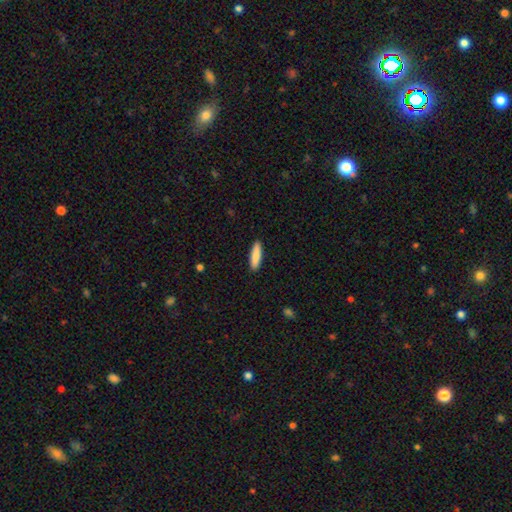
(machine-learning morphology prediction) type=smooth (87%); roundness=cigar-shaped (71%); merging=none (91%).